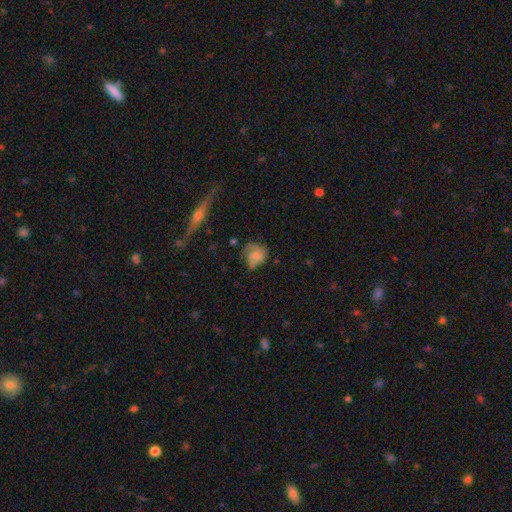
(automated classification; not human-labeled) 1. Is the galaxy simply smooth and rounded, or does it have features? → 46% featured or disk, 45% smooth, 9% star or artifact.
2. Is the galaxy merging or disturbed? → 47% none, 29% minor disturbance, 20% major disturbance, 4% merger.